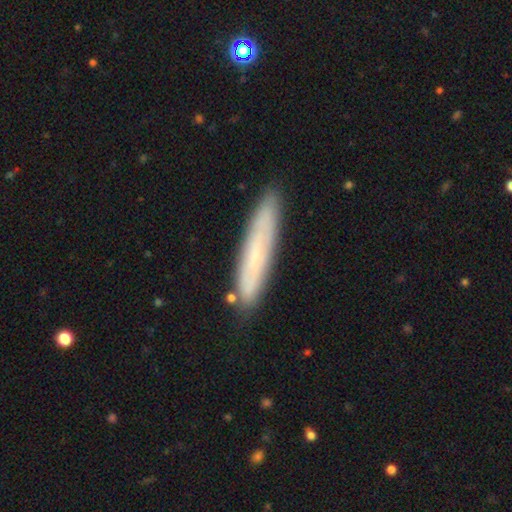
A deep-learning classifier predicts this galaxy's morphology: smooth-or-featured: smooth: 58% | featured or disk: 34% | star or artifact: 7%
  how-rounded: cigar-shaped: 89% | in between: 9% | round: 1%
  merging: none: 85% | minor disturbance: 11% | major disturbance: 2% | merger: 2%